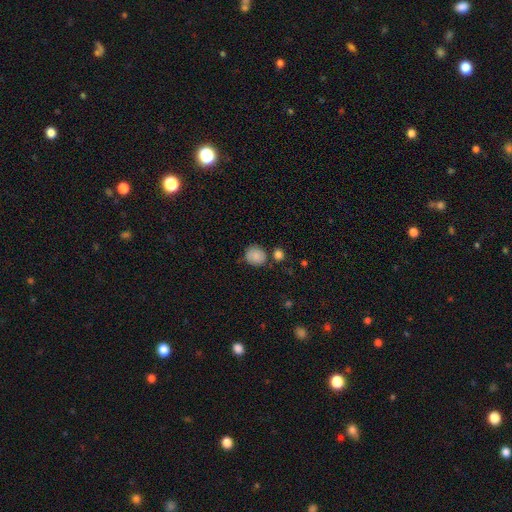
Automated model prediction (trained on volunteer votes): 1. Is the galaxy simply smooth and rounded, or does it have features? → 85% smooth, 8% star or artifact, 7% featured or disk.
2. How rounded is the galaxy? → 78% round, 21% in between, 1% cigar-shaped.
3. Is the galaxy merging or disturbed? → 70% none, 16% minor disturbance, 10% merger, 4% major disturbance.